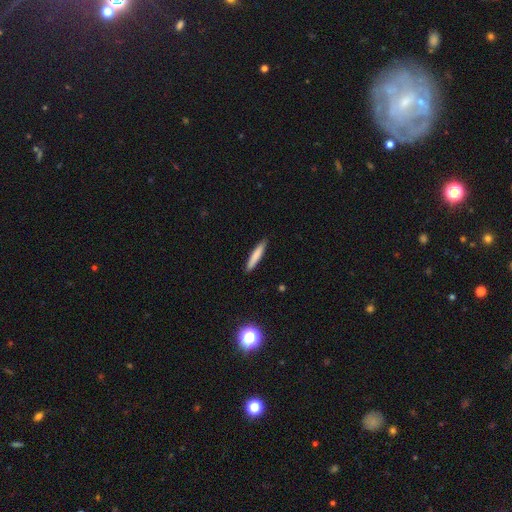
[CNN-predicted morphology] smooth_or_featured: smooth (p=0.80) [alt: featured or disk p=0.14]
how_rounded: cigar-shaped (p=0.92) [alt: in between p=0.07]
merging: none (p=0.89) [alt: minor disturbance p=0.08]